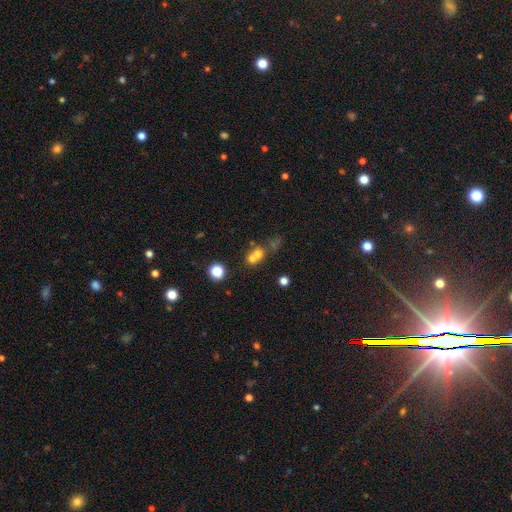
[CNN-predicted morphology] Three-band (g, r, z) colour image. It shows a smooth galaxy with no disk features (62%) that is round (79%). Merging: merger (58%).